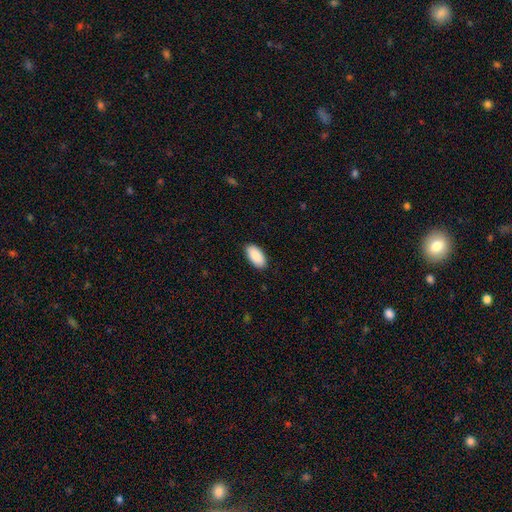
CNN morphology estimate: A smooth galaxy with no disk features (90%) that is in between round and cigar-shaped (95%). Merging: none (88%).